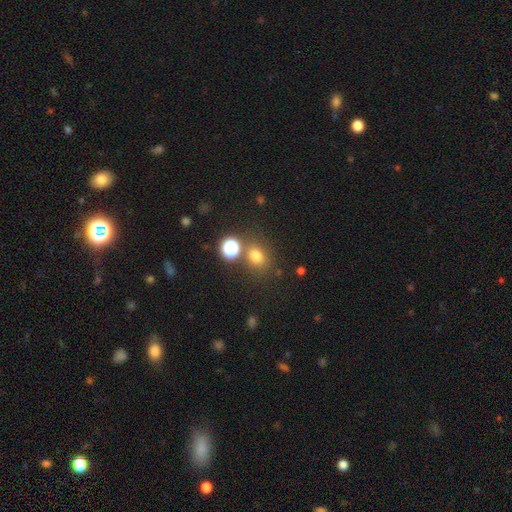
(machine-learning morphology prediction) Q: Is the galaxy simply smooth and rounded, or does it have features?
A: smooth — 74%.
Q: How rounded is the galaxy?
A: round — 59%.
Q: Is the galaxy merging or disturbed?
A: none — 71%.